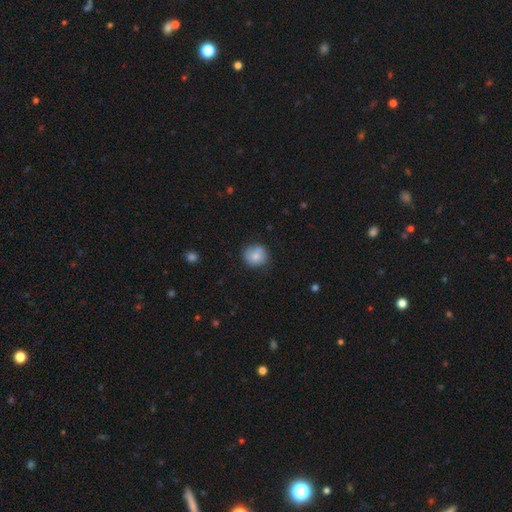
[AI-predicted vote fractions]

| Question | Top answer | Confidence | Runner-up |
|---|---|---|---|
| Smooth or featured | smooth | 79% | featured or disk (13%) |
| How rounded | round | 86% | in between (13%) |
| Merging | none | 77% | minor disturbance (18%) |